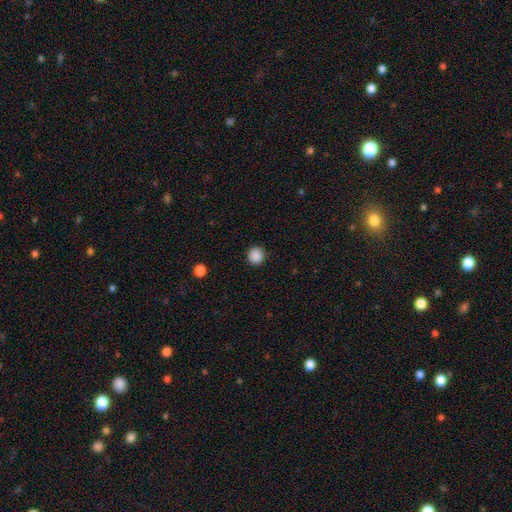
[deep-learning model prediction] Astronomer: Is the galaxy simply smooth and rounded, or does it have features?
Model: smooth — 88%.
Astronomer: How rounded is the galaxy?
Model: round — 94%.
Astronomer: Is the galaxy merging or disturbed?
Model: none — 92%.